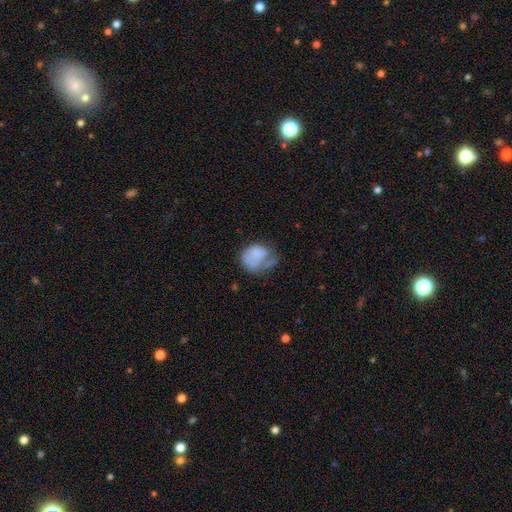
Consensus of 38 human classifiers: Smooth or featured: featured or disk — 47% (smooth — 45%)
Edge-on disk: no — 100%
Bar: no — 89% (weak — 11%)
Spiral arms: no — 78% (yes — 22%)
Bulge size: none — 56% (moderate — 22%)
Merging: none — 43% (minor disturbance — 34%)